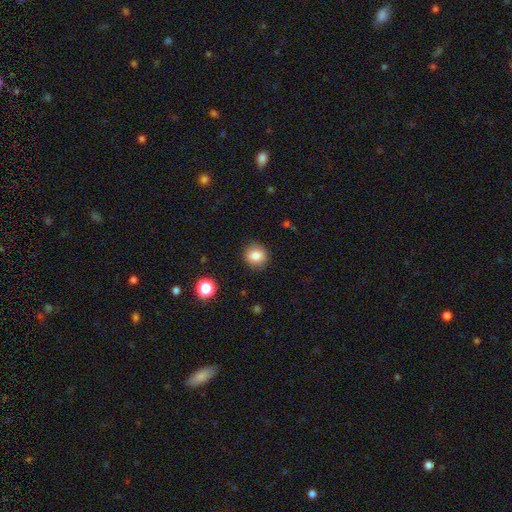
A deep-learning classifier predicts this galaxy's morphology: A smooth galaxy with no disk features (83%) that is round (86%).

Vote fractions:
- Smooth or featured? smooth: 83% / star or artifact: 11% / featured or disk: 7%
- How rounded? round: 86% / in between: 13% / cigar-shaped: 1%
- Merging? none: 89% / minor disturbance: 8% / major disturbance: 2% / merger: 1%